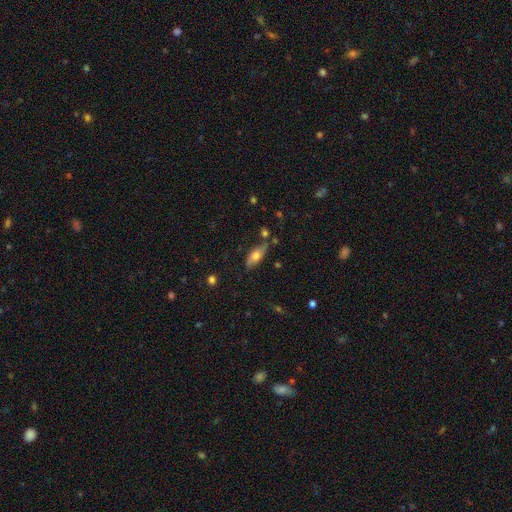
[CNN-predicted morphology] Smooth or featured: smooth — 60% (featured or disk — 33%)
How rounded: in between — 71% (cigar-shaped — 26%)
Merging: none — 69% (minor disturbance — 20%)